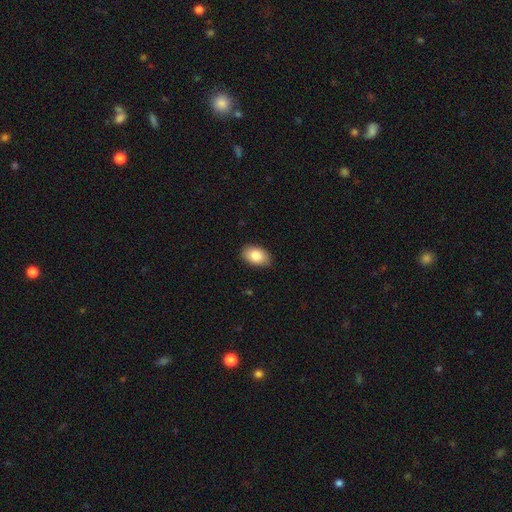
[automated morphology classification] This appears to be a smooth galaxy with no disk features (85%) that is in between round and cigar-shaped (90%). Merging: none (85%).